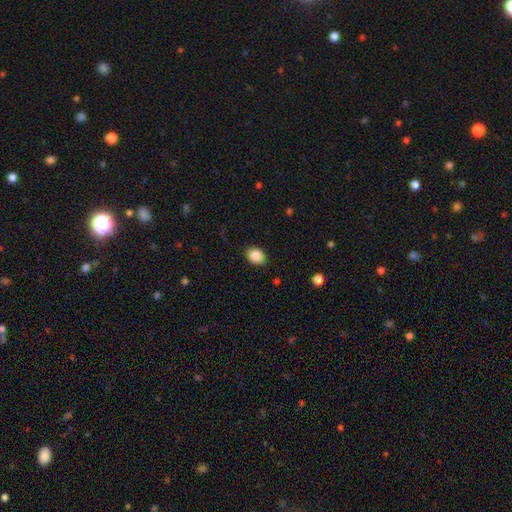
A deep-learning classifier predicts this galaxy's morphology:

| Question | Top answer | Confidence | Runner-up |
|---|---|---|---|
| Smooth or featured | smooth | 87% | star or artifact (8%) |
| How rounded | in between | 67% | round (32%) |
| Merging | none | 86% | minor disturbance (10%) |